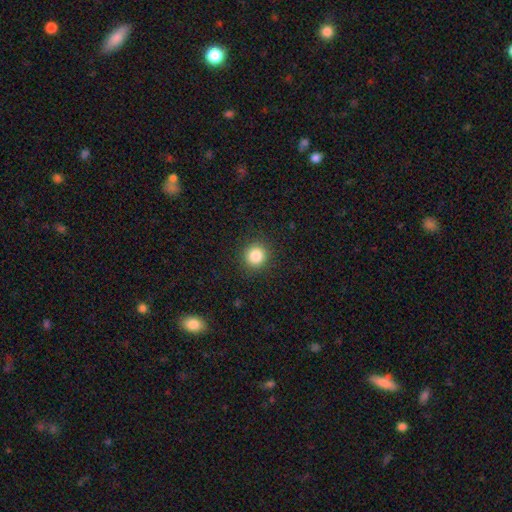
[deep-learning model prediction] Smooth or featured?
  - smooth: 85% *
  - star or artifact: 11%
  - featured or disk: 4%
How rounded?
  - round: 92% *
  - in between: 7%
  - cigar-shaped: 1%
Merging?
  - none: 91% *
  - minor disturbance: 6%
  - major disturbance: 2%
  - merger: 1%